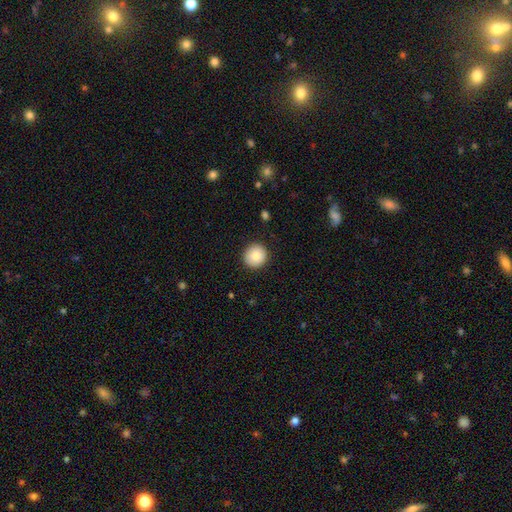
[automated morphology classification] Smooth or featured?
  - smooth: 84% *
  - featured or disk: 8%
  - star or artifact: 8%
How rounded?
  - round: 94% *
  - in between: 5%
  - cigar-shaped: 1%
Merging?
  - none: 91% *
  - minor disturbance: 6%
  - major disturbance: 2%
  - merger: 1%